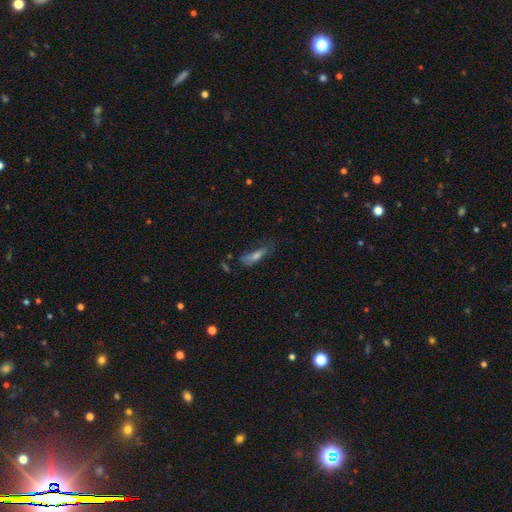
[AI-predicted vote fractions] Smooth or featured: smooth — 49% (featured or disk — 36%)
Merging: none — 52% (minor disturbance — 26%)